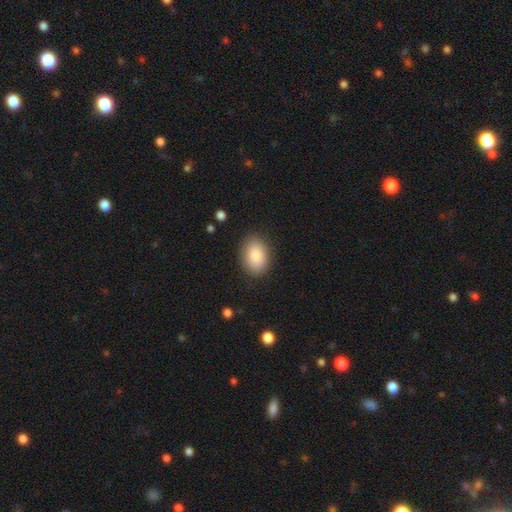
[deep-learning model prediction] Q: Smooth or featured?
A: smooth (85%); runner-up: featured or disk (8%)
Q: How rounded?
A: in between (78%); runner-up: round (21%)
Q: Merging?
A: none (85%); runner-up: minor disturbance (11%)